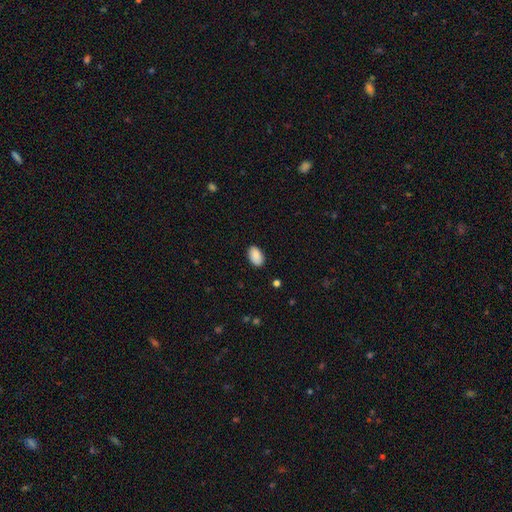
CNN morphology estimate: Smooth or featured? smooth (89%)
How rounded? in between (93%)
Merging? none (87%)